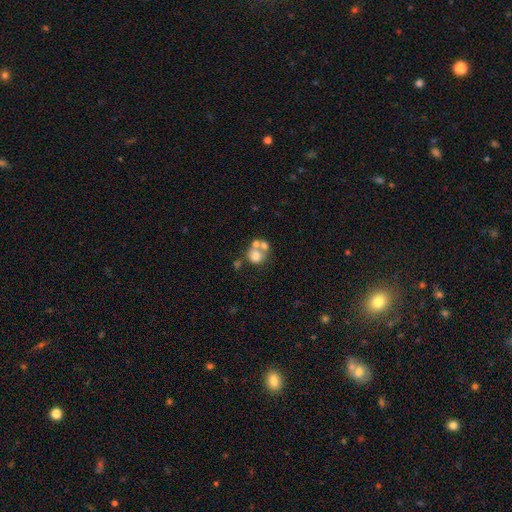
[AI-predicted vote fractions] This appears to be a smooth galaxy with no disk features (65%) that is round (80%). Merging: merger (52%).